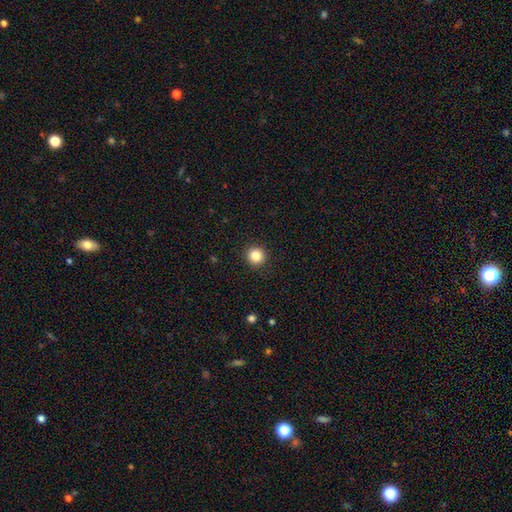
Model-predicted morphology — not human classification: smooth 84%, star or artifact 11%, featured or disk 5%. Down the decision tree: how rounded — round (95%); merging — none (93%).